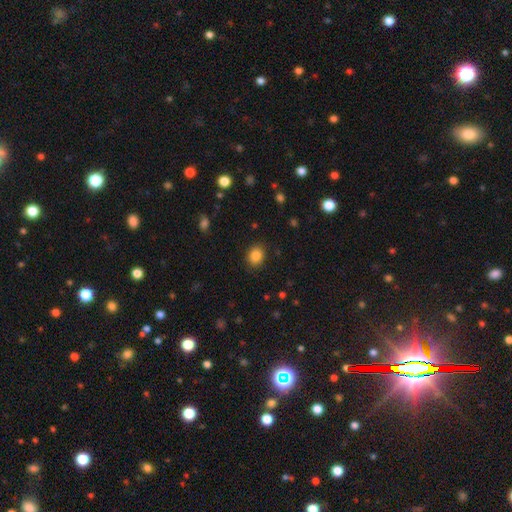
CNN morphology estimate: The model was most divided on "how rounded": round: 61%, in between: 38%, cigar-shaped: 1%. More confident: merging — none (88%); smooth or featured — smooth (86%).